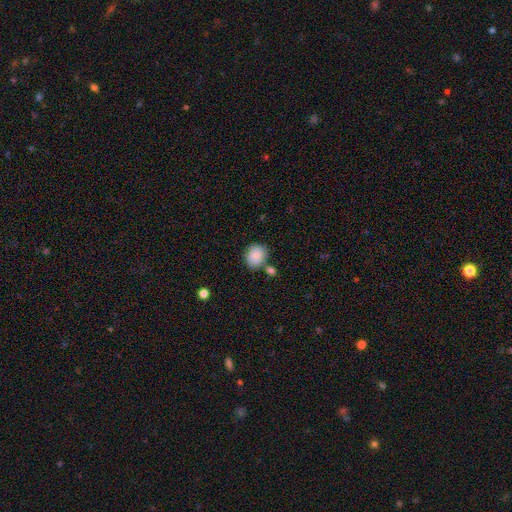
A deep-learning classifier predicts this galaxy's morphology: Q: Smooth or featured?
A: smooth (83%); runner-up: featured or disk (10%)
Q: How rounded?
A: round (67%); runner-up: in between (32%)
Q: Merging?
A: none (65%); runner-up: minor disturbance (17%)